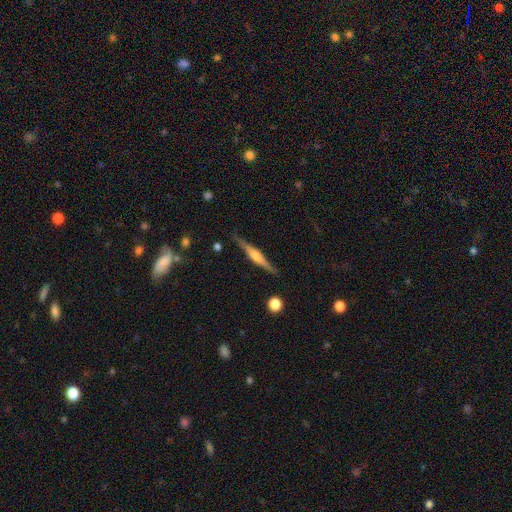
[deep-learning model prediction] Smooth or featured: featured or disk — 73% (smooth — 21%)
Edge-on disk: yes — 98% (no — 2%)
Edge-on bulge: rounded — 74% (boxy — 19%)
Merging: none — 87% (minor disturbance — 10%)